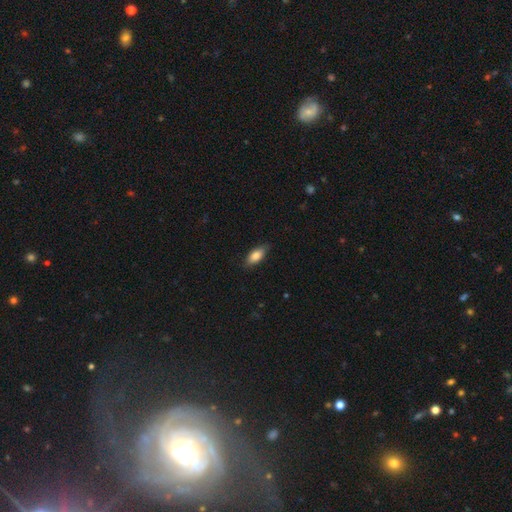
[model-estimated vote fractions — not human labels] Smooth or featured?
  - smooth: 83% *
  - featured or disk: 10%
  - star or artifact: 7%
How rounded?
  - in between: 86% *
  - cigar-shaped: 12%
  - round: 3%
Merging?
  - none: 82% *
  - minor disturbance: 14%
  - major disturbance: 2%
  - merger: 1%